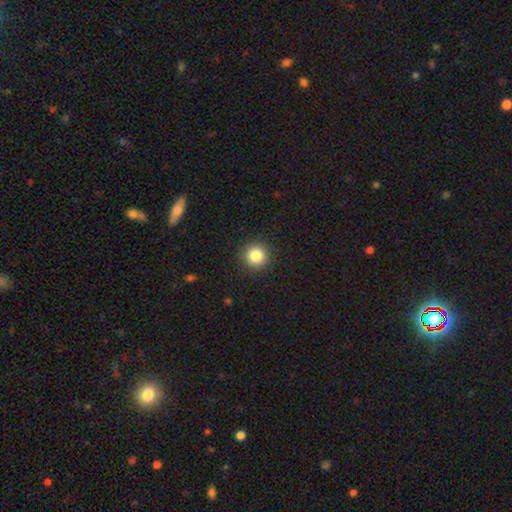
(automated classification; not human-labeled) Overall: smooth (84%). How rounded: round (95%). Merging: none (92%).